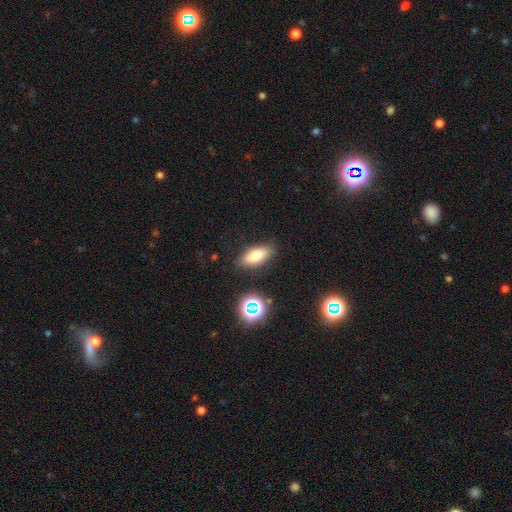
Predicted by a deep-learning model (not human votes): Q: Smooth or featured?
A: smooth (78%); runner-up: featured or disk (11%)
Q: How rounded?
A: in between (81%); runner-up: cigar-shaped (15%)
Q: Merging?
A: none (82%); runner-up: minor disturbance (12%)